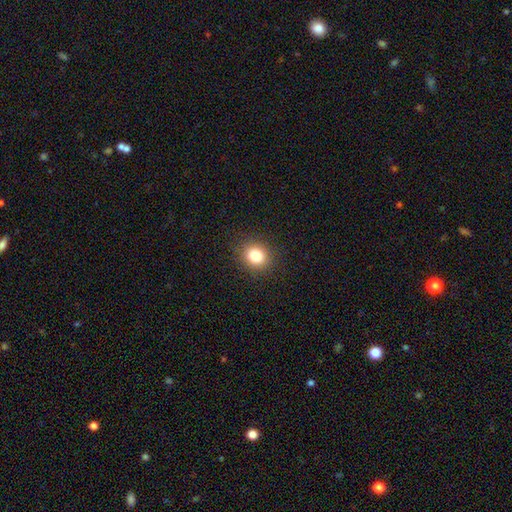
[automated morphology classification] The model was most divided on "how rounded": round: 77%, in between: 22%, cigar-shaped: 1%. More confident: merging — none (89%); smooth or featured — smooth (83%).